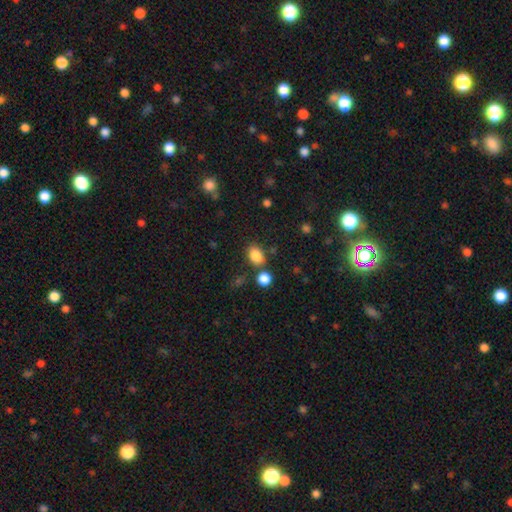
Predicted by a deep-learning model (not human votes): This appears to be a smooth galaxy with no disk features (85%) that is in between round and cigar-shaped (74%). Merging: none (73%).